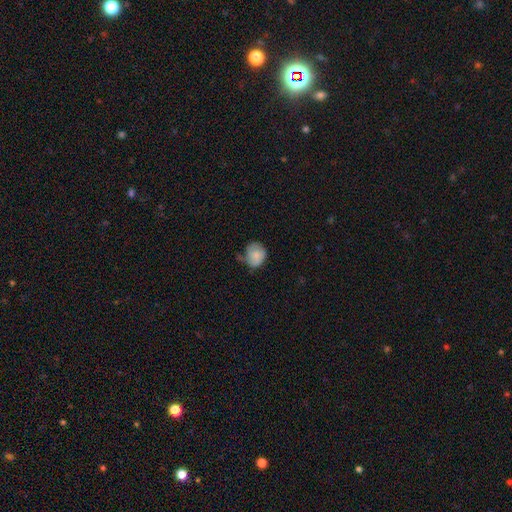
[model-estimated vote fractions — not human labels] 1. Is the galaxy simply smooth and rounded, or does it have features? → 76% smooth, 16% featured or disk, 7% star or artifact.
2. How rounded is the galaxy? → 67% round, 32% in between, 1% cigar-shaped.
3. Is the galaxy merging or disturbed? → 45% none, 38% minor disturbance, 12% major disturbance, 5% merger.